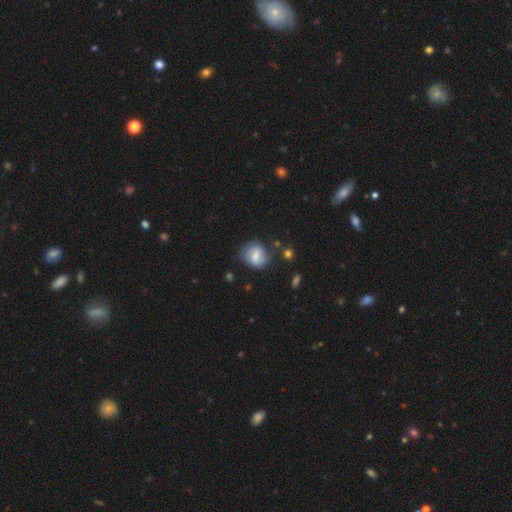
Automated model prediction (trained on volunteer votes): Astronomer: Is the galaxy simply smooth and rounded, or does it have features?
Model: smooth — 56% (runner-up: featured or disk, 35%).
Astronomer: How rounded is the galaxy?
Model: round — 70%.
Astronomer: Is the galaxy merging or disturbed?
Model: none — 66%.